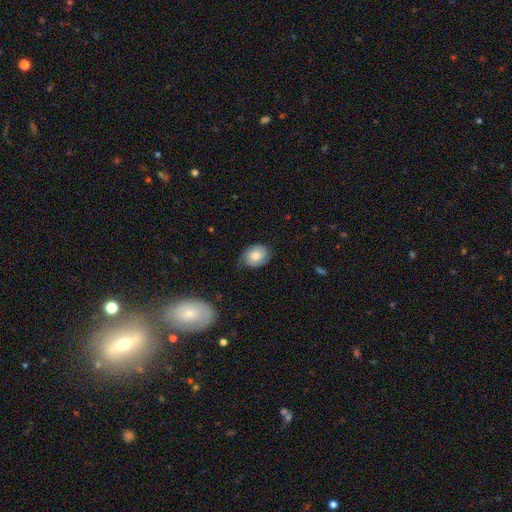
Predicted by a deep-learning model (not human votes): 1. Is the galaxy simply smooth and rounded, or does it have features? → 72% smooth, 21% featured or disk, 8% star or artifact.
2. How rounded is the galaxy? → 59% in between, 40% round, 1% cigar-shaped.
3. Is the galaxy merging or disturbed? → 66% none, 27% minor disturbance, 6% major disturbance, 1% merger.